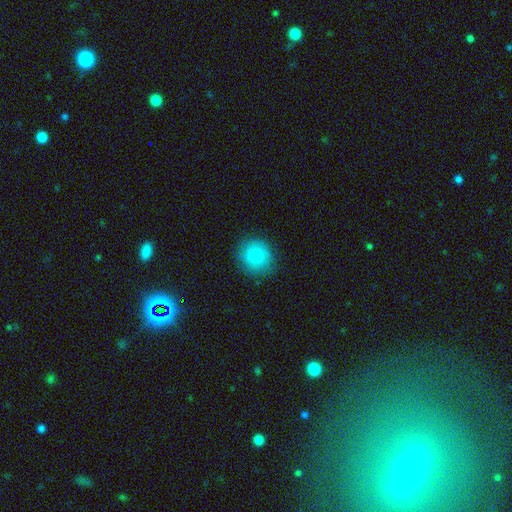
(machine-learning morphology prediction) Smooth or featured: smooth — 87% (star or artifact — 8%)
How rounded: round — 87% (in between — 12%)
Merging: none — 84% (minor disturbance — 11%)